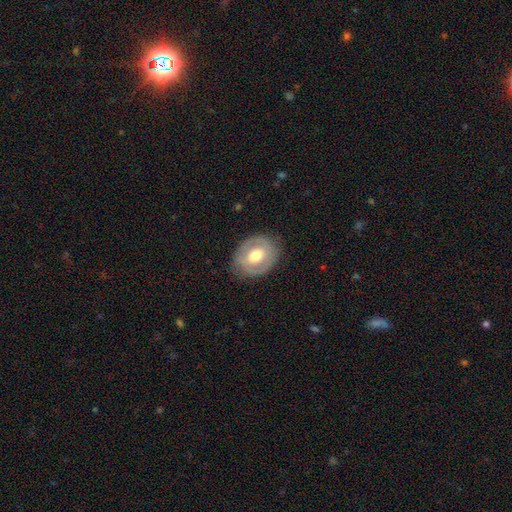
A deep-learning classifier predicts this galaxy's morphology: Smooth or featured? featured or disk (54%)
Edge-on disk? no (95%)
Bar? no (56%)
Spiral arms? no (65%)
Bulge size? moderate (63%)
Merging? none (80%)